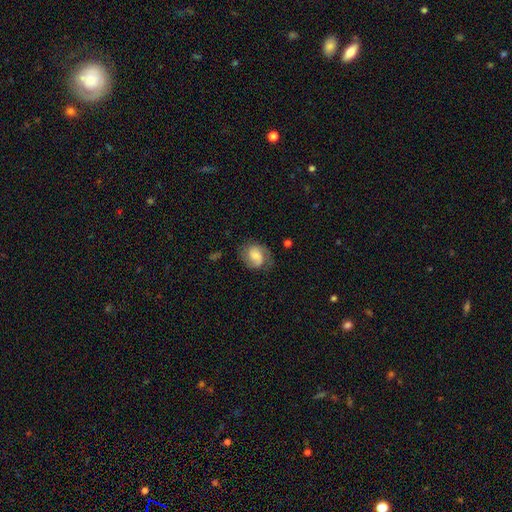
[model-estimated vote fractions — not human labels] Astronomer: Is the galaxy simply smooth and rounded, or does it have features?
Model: featured or disk — 54% (runner-up: smooth, 38%).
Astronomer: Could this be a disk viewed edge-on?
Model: no — 97%.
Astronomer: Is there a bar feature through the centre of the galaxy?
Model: no — 54% (runner-up: weak, 38%).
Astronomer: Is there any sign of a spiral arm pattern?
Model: yes — 90%.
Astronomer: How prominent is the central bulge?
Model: moderate — 36% (runner-up: small, 30%).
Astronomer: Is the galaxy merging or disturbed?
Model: none — 63%.